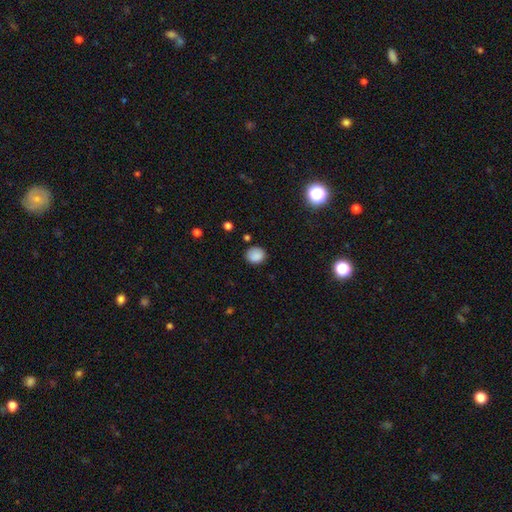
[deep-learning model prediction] Overall: smooth (86%). How rounded: round (71%). Merging: none (82%).